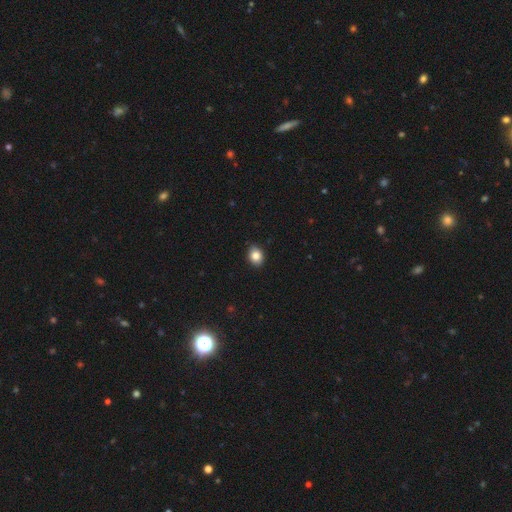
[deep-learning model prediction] A smooth galaxy with no disk features (85%) that is in between round and cigar-shaped (55%). Merging: none (89%).